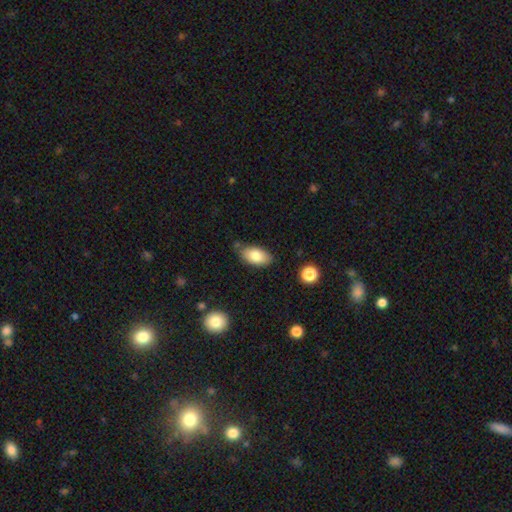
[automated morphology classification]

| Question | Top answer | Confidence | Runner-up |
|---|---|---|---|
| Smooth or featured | smooth | 82% | featured or disk (11%) |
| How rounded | in between | 93% | round (4%) |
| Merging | none | 76% | minor disturbance (16%) |